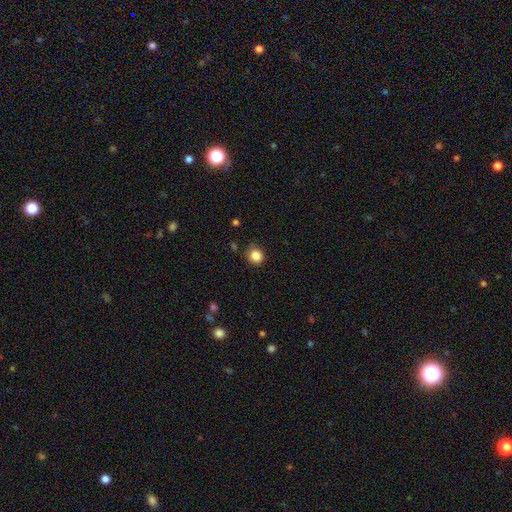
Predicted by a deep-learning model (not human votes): Overall: smooth (85%). How rounded: round (85%). Merging: none (80%).